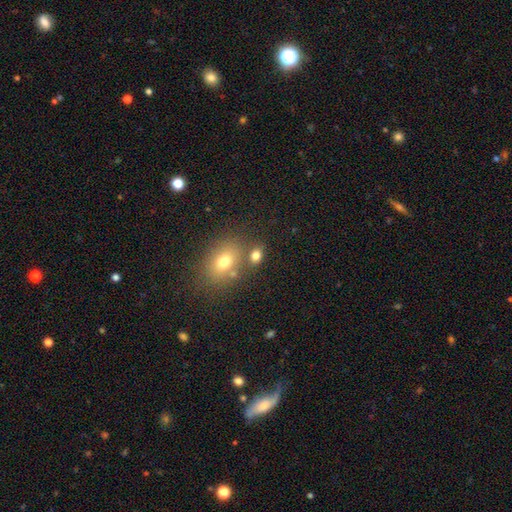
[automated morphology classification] Smooth or featured: smooth — 77% (star or artifact — 13%)
How rounded: in between — 66% (round — 32%)
Merging: none — 63% (merger — 20%)